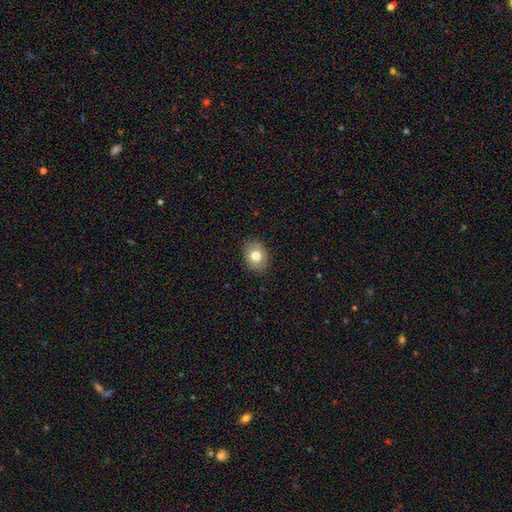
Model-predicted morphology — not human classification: smooth_or_featured: smooth (p=0.76) [alt: featured or disk p=0.16]
how_rounded: in between (p=0.56) [alt: round p=0.43]
merging: none (p=0.88) [alt: minor disturbance p=0.09]